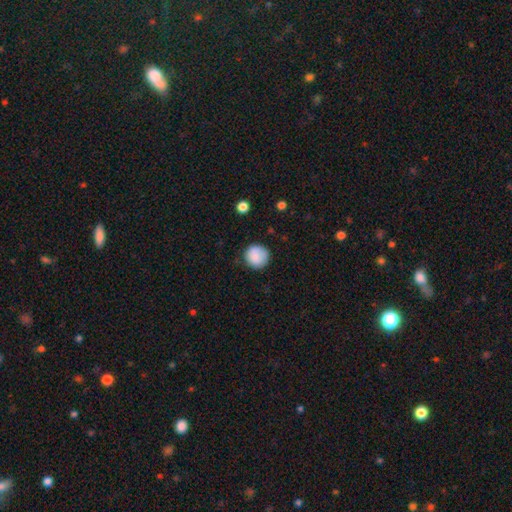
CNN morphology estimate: Overall: smooth (86%). How rounded: round (94%). Merging: none (83%).